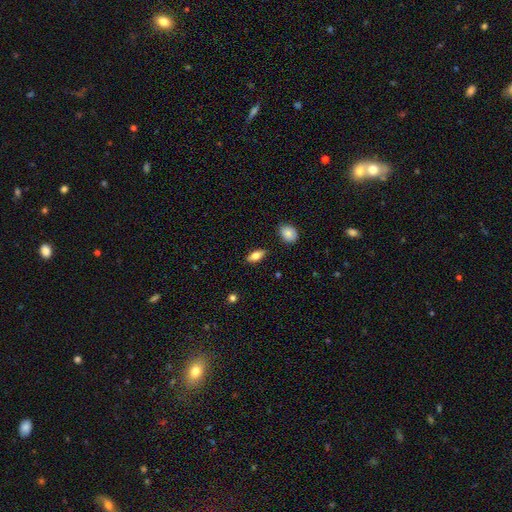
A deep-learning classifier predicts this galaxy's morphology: Smooth or featured? Predicted: smooth (p=0.74). How rounded? Predicted: in between (p=0.81). Merging? Predicted: none (p=0.87).